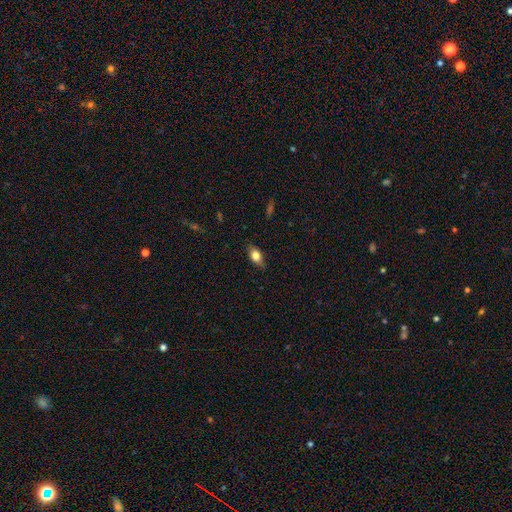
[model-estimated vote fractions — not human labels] smooth_or_featured: smooth (p=0.72) [alt: featured or disk p=0.20]
how_rounded: in between (p=0.80) [alt: round p=0.12]
merging: none (p=0.81) [alt: minor disturbance p=0.15]